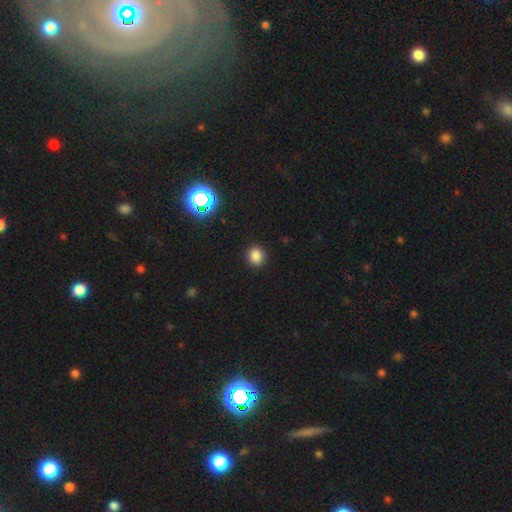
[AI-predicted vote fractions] Overall: smooth (82%). How rounded: round (79%). Merging: none (91%).